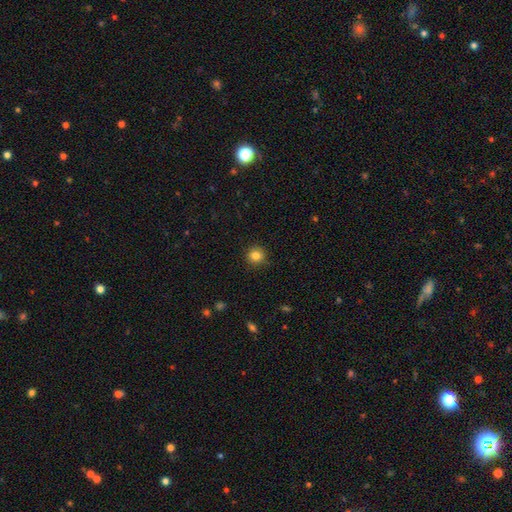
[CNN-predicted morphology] smooth_or_featured: smooth (p=0.84) [alt: star or artifact p=0.11]
how_rounded: round (p=0.93) [alt: in between p=0.06]
merging: none (p=0.91) [alt: minor disturbance p=0.06]